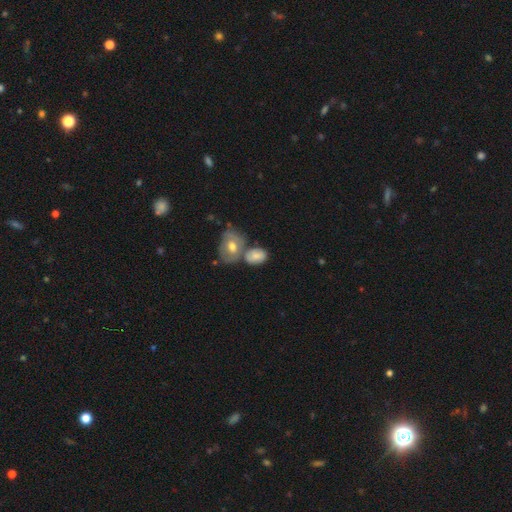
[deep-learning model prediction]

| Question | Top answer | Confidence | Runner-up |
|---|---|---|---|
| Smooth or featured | smooth | 67% | featured or disk (25%) |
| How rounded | in between | 82% | round (17%) |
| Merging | none | 38% | merger (37%) |